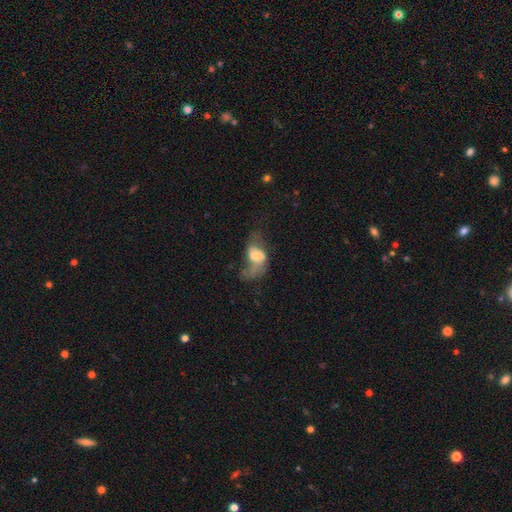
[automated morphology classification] A featured or disk galaxy (49%).

Vote fractions:
- Smooth or featured? featured or disk: 49% / smooth: 43% / star or artifact: 9%
- Merging? major disturbance: 45% / none: 25% / minor disturbance: 20% / merger: 10%